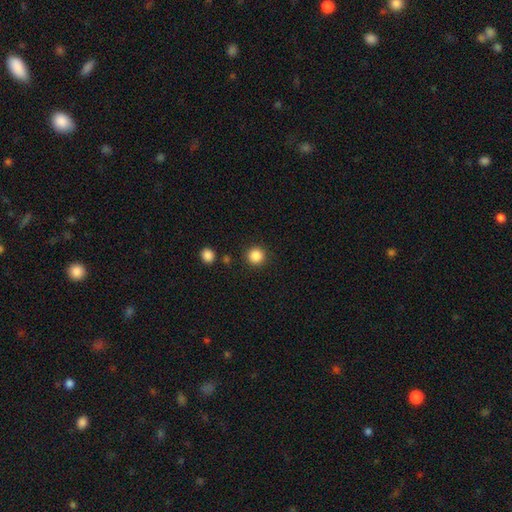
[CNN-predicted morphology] A smooth galaxy with no disk features (87%) that is round (95%). Merging: none (90%).